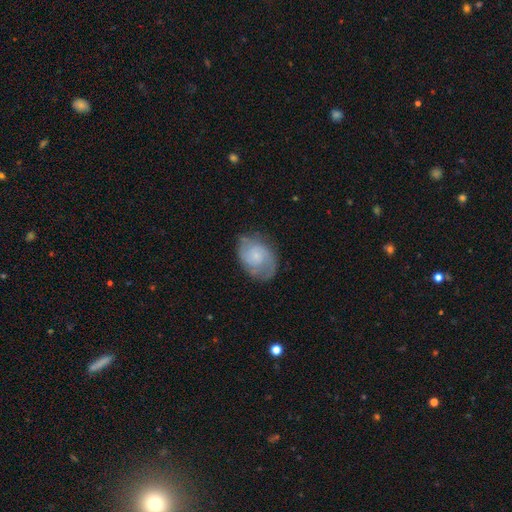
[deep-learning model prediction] Smooth or featured? featured or disk (64%)
Edge-on disk? no (97%)
Bar? no (72%)
Spiral arms? yes (90%)
Spiral winding? medium (44%)
Spiral arm count? 2 (68%)
Bulge size? small (66%)
Merging? none (68%)